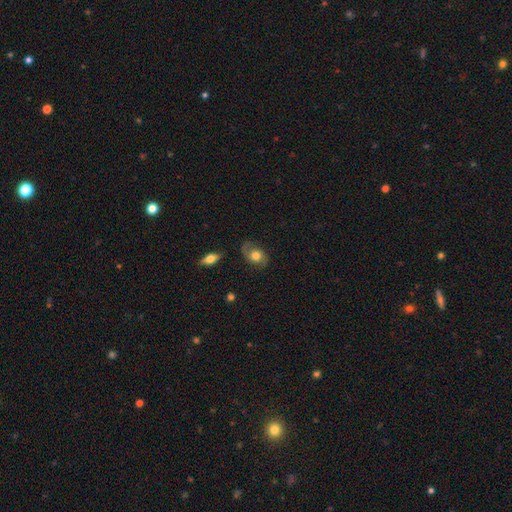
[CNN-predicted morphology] Smooth or featured?
  - featured or disk: 51% *
  - smooth: 41%
  - star or artifact: 9%
Edge-on disk?
  - no: 94% *
  - yes: 6%
Merging?
  - none: 72% *
  - minor disturbance: 19%
  - major disturbance: 8%
  - merger: 2%